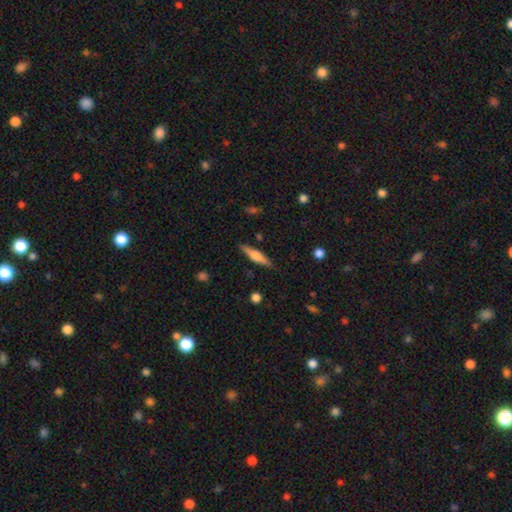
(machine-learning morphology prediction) This is possibly a smooth galaxy (50%). How rounded: likely cigar-shaped (77%). Merging: clearly none (86%).